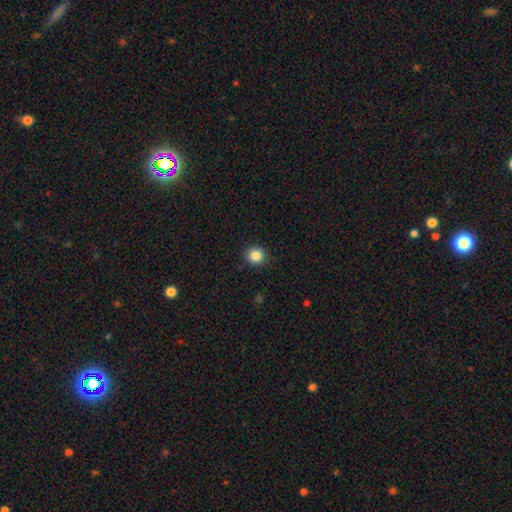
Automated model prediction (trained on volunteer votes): Smooth or featured: smooth — 85% (star or artifact — 10%)
How rounded: round — 91% (in between — 8%)
Merging: none — 91% (minor disturbance — 6%)